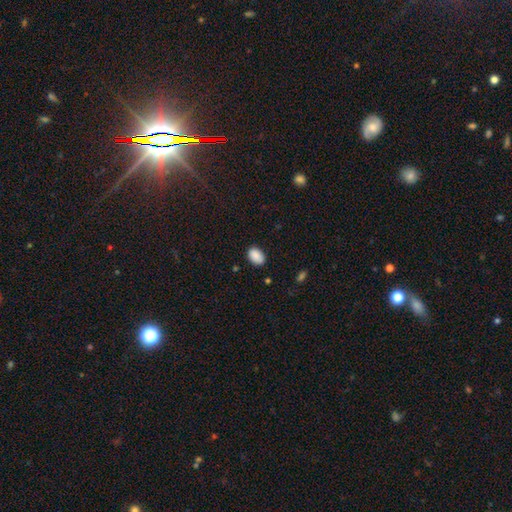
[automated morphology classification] Q: Smooth or featured?
A: smooth (89%); runner-up: star or artifact (7%)
Q: How rounded?
A: in between (88%); runner-up: round (11%)
Q: Merging?
A: none (82%); runner-up: minor disturbance (14%)